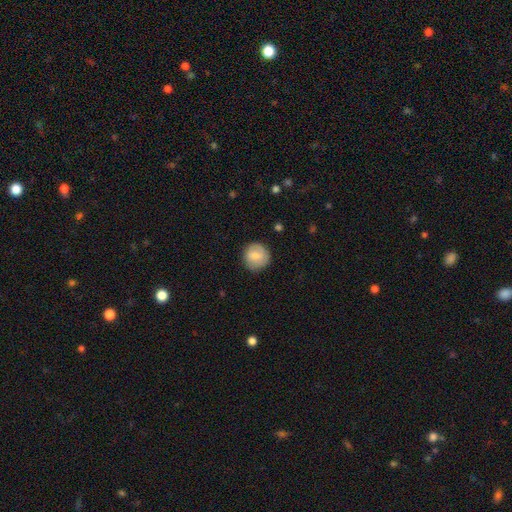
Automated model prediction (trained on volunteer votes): Smooth or featured? smooth (75%)
How rounded? round (90%)
Merging? none (81%)